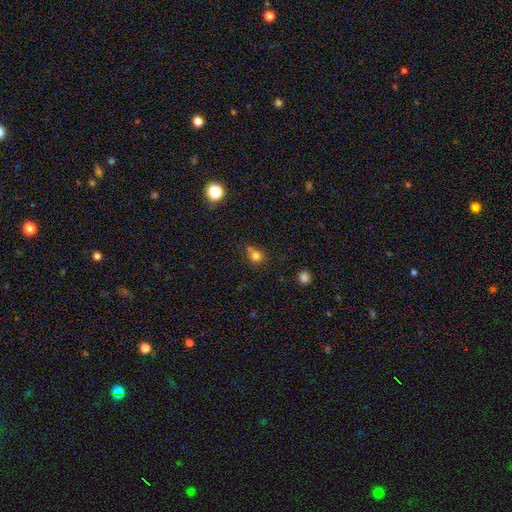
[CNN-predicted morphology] type=smooth (78%); roundness=round (80%); merging=none (55%).